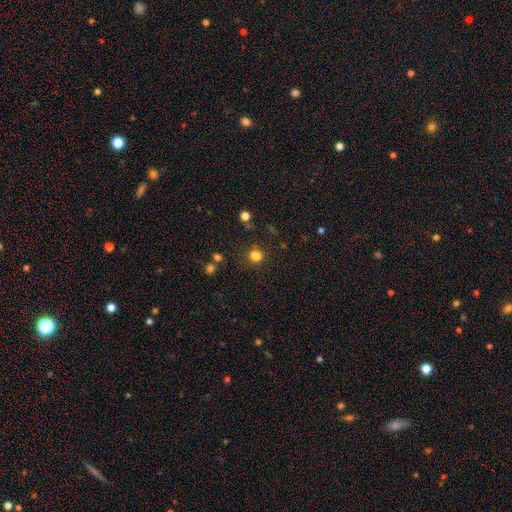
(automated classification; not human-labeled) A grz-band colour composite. It shows a smooth galaxy with no disk features (79%) that is round (81%). Merging: none (76%).